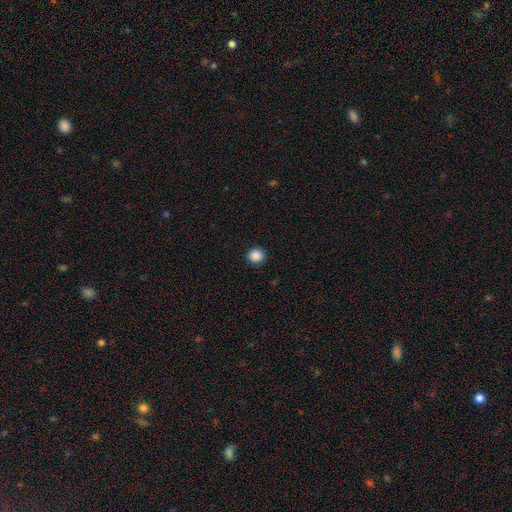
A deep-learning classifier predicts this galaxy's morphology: Overall: smooth (88%). How rounded: round (91%). Merging: none (93%).